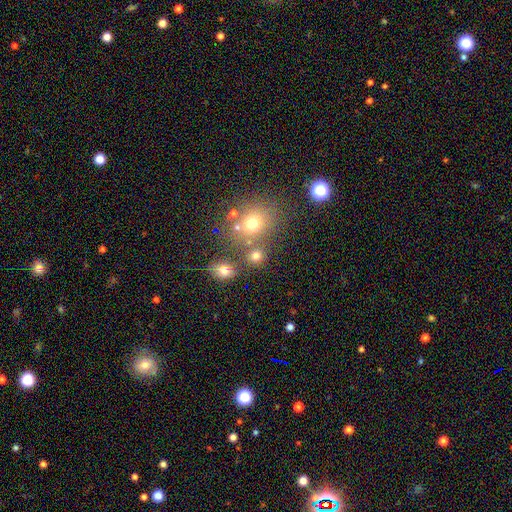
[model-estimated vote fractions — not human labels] This is likely a smooth galaxy (72%). How rounded: likely round (79%). Merging: likely none (66%).